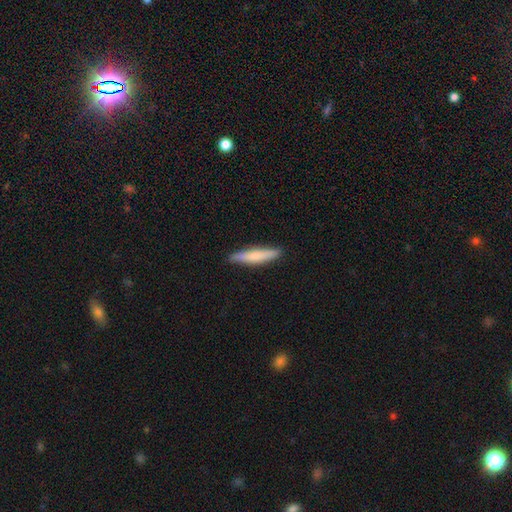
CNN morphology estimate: A smooth galaxy with no disk features (69%) that is cigar-shaped (90%).

Vote fractions:
- Smooth or featured? smooth: 69% / featured or disk: 25% / star or artifact: 6%
- How rounded? cigar-shaped: 90% / in between: 9% / round: 1%
- Merging? none: 88% / minor disturbance: 9% / major disturbance: 2% / merger: 1%